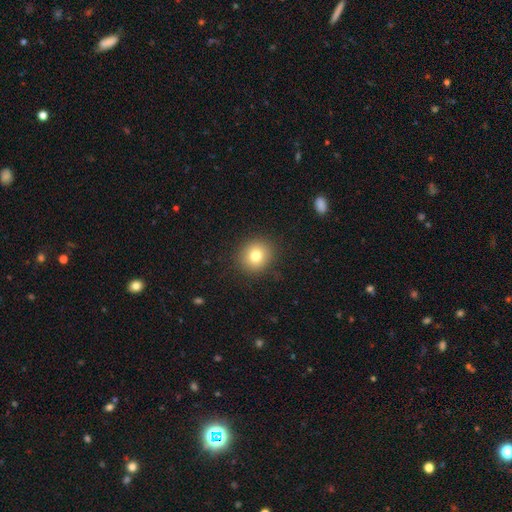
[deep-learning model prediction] A smooth galaxy with no disk features (78%) that is round (84%). Merging: none (90%).